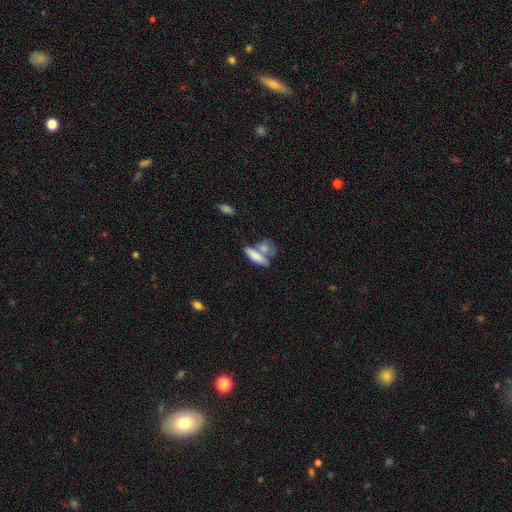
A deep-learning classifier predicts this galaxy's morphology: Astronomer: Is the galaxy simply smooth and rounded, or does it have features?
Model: smooth — 75%.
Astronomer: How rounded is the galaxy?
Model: in between — 59% (runner-up: cigar-shaped, 36%).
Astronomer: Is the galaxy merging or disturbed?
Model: merger — 46% (runner-up: none, 36%).